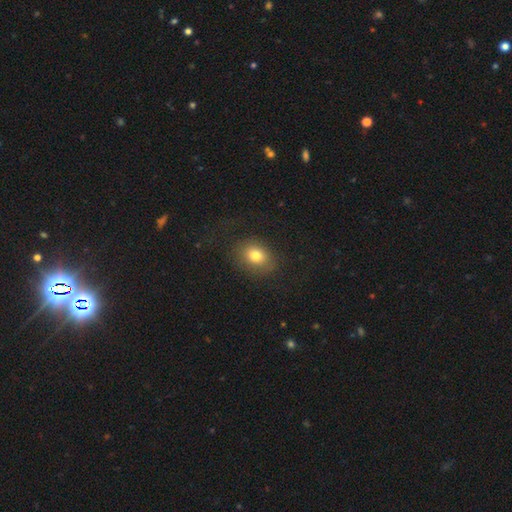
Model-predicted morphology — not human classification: smooth-or-featured: smooth: 78% | star or artifact: 12% | featured or disk: 11%
  how-rounded: in between: 52% | round: 47% | cigar-shaped: 1%
  merging: none: 76% | minor disturbance: 14% | major disturbance: 9% | merger: 1%